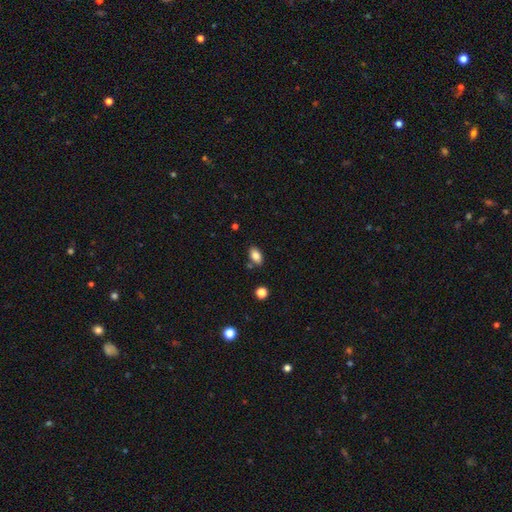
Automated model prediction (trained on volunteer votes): smooth_or_featured: smooth (p=0.84) [alt: star or artifact p=0.09]
how_rounded: in between (p=0.91) [alt: round p=0.06]
merging: none (p=0.80) [alt: minor disturbance p=0.12]